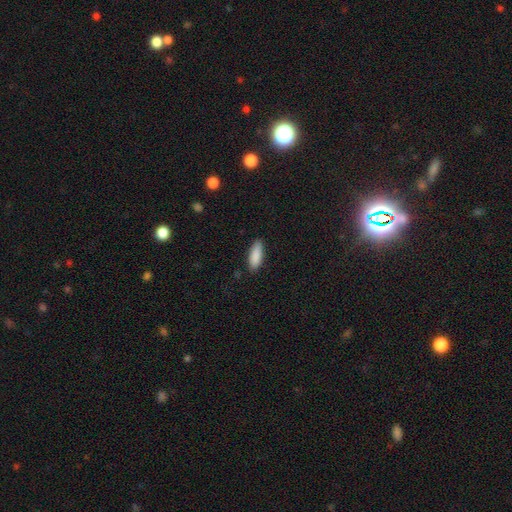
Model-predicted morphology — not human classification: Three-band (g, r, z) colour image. It shows a smooth galaxy with no disk features (89%) that is in between round and cigar-shaped (59%). Merging: none (87%).